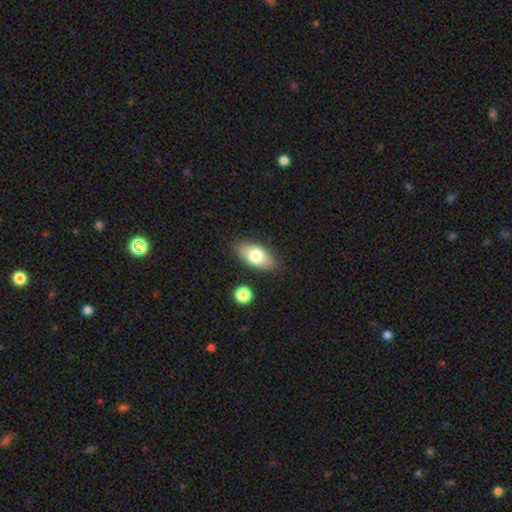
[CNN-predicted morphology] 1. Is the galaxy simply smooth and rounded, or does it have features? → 73% smooth, 19% featured or disk, 7% star or artifact.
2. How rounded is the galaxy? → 89% in between, 6% round, 5% cigar-shaped.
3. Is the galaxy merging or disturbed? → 83% none, 11% minor disturbance, 3% merger, 3% major disturbance.